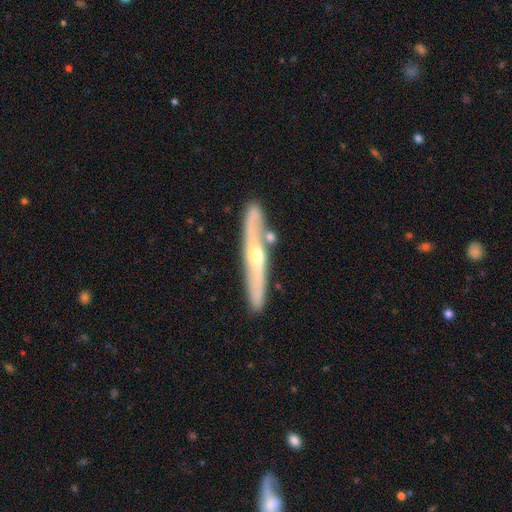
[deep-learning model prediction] Morphology: type=featured or disk (75%); edge-on=yes (75%); edge-on bulge=rounded (83%); merging=none (76%).